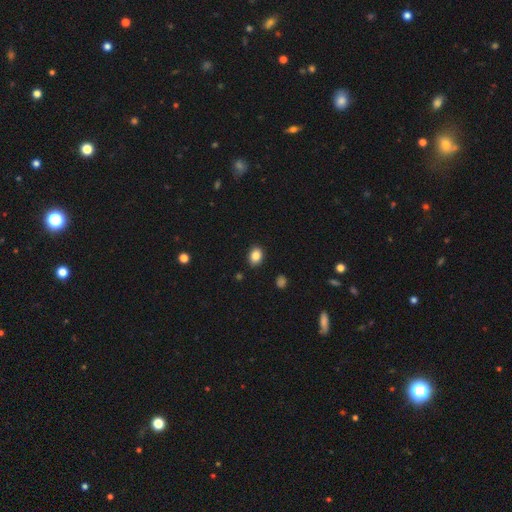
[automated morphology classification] Q: Smooth or featured?
A: smooth (86%); runner-up: star or artifact (9%)
Q: How rounded?
A: in between (65%); runner-up: round (34%)
Q: Merging?
A: none (88%); runner-up: minor disturbance (9%)